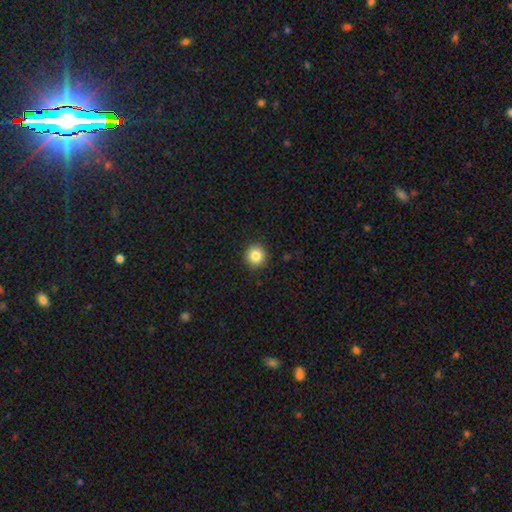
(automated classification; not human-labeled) Q: Smooth or featured?
A: smooth (84%); runner-up: star or artifact (10%)
Q: How rounded?
A: round (94%); runner-up: in between (5%)
Q: Merging?
A: none (92%); runner-up: minor disturbance (5%)